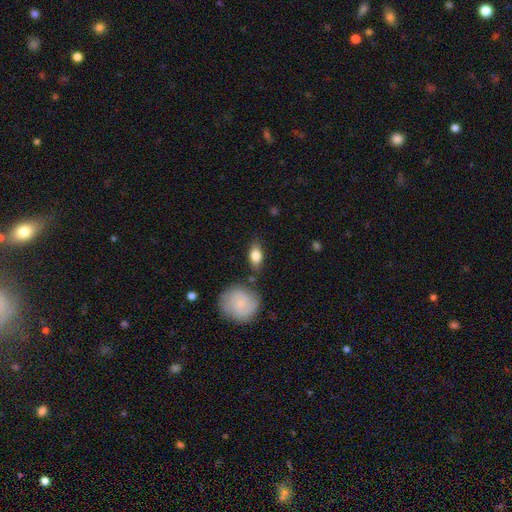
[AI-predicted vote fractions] smooth_or_featured: smooth (p=0.74) [alt: featured or disk p=0.19]
how_rounded: in between (p=0.81) [alt: round p=0.11]
merging: none (p=0.75) [alt: minor disturbance p=0.15]